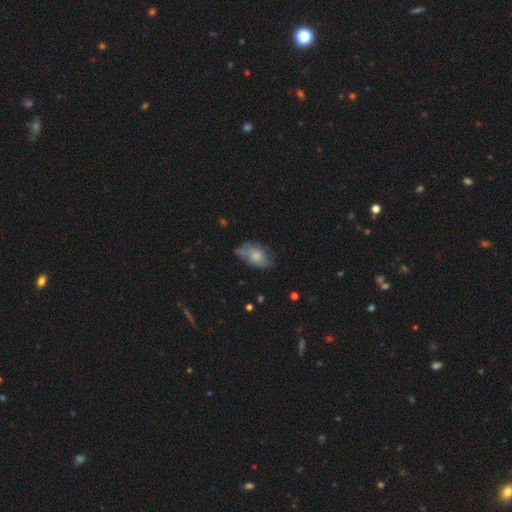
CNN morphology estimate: smooth-or-featured: smooth: 66% | featured or disk: 26% | star or artifact: 8%
  how-rounded: in between: 90% | round: 8% | cigar-shaped: 2%
  merging: none: 50% | minor disturbance: 33% | major disturbance: 11% | merger: 5%